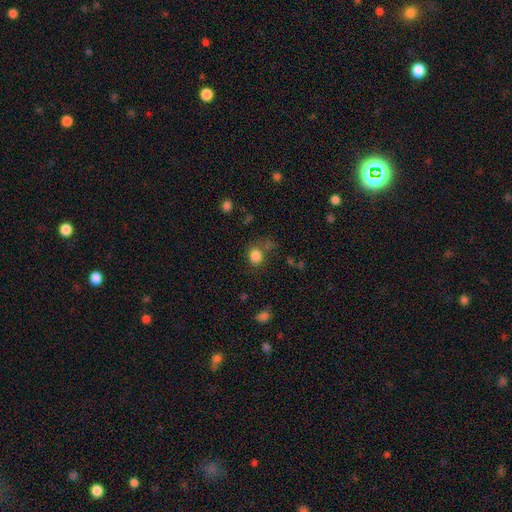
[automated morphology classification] smooth 82%, star or artifact 12%, featured or disk 5%. Down the decision tree: how rounded — round (63%); merging — none (64%).